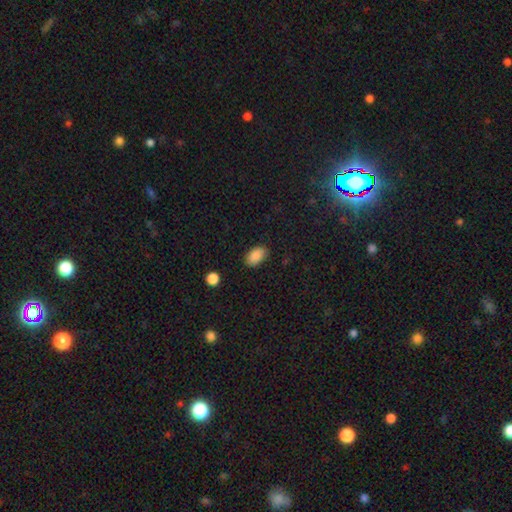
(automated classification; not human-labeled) smooth_or_featured: smooth (p=0.88) [alt: star or artifact p=0.08]
how_rounded: in between (p=0.92) [alt: round p=0.07]
merging: none (p=0.86) [alt: minor disturbance p=0.10]